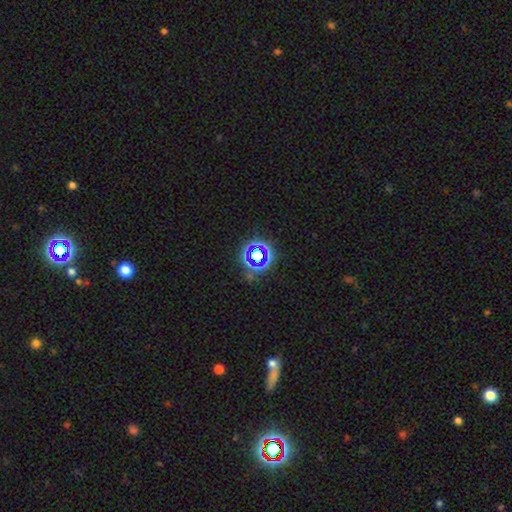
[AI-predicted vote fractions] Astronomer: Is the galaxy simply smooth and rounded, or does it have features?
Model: star or artifact — 60%.